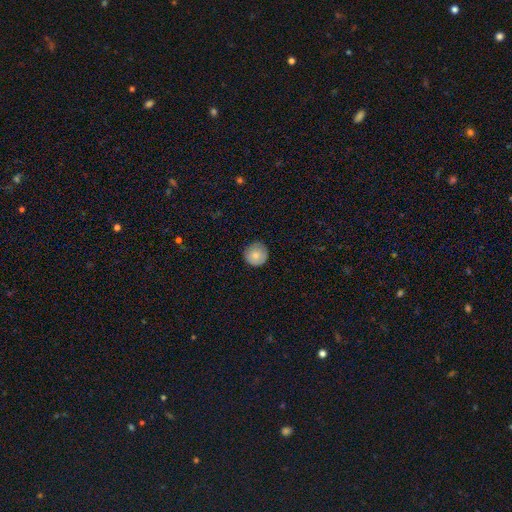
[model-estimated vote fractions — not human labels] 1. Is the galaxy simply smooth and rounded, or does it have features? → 78% smooth, 15% featured or disk, 7% star or artifact.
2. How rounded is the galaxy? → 95% round, 4% in between, 1% cigar-shaped.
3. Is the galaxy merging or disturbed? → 86% none, 11% minor disturbance, 2% major disturbance, 1% merger.